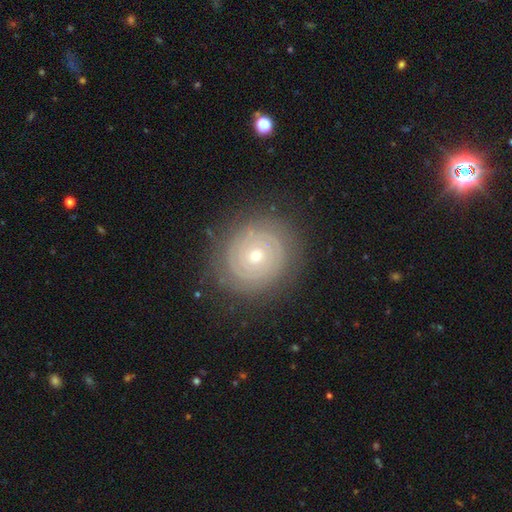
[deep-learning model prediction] smooth-or-featured: featured or disk: 79% | smooth: 14% | star or artifact: 7%
  disk-edge-on: no: 97% | yes: 3%
    bar: no: 82% | weak: 14% | strong: 5%
    has-spiral-arms: yes: 90% | no: 10%
      spiral-winding: tight: 86% | medium: 11% | loose: 3%
      spiral-arm-count: 2: 46% | can't tell: 26% | 3: 13% | 4: 6% | 1: 5% | more than 4: 5%
    bulge-size: small: 56% | moderate: 41% | large: 2% | dominant: 1% | none: 1%
  merging: none: 85% | minor disturbance: 10% | major disturbance: 4% | merger: 1%